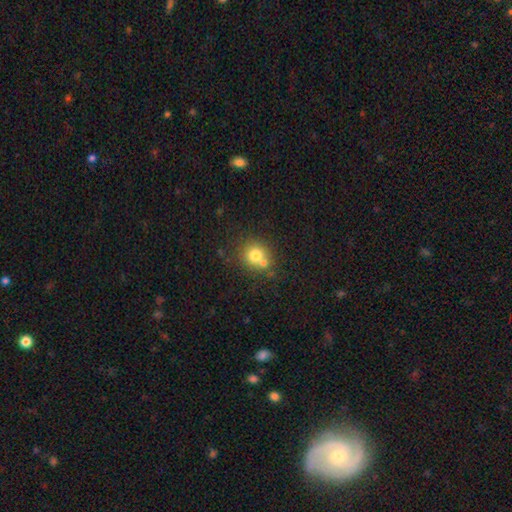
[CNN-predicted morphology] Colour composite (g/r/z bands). It shows a smooth galaxy with no disk features (74%) that is round (86%). Merging: none (55%).